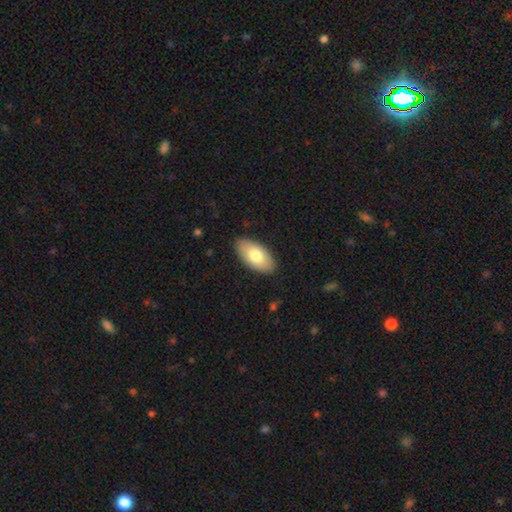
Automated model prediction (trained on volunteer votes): A smooth galaxy with no disk features (75%) that is in between round and cigar-shaped (95%). Merging: none (87%).